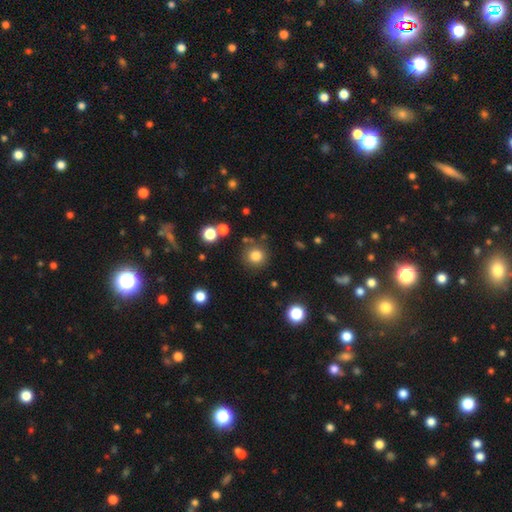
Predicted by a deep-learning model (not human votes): Smooth or featured? smooth (81%)
How rounded? round (93%)
Merging? none (83%)